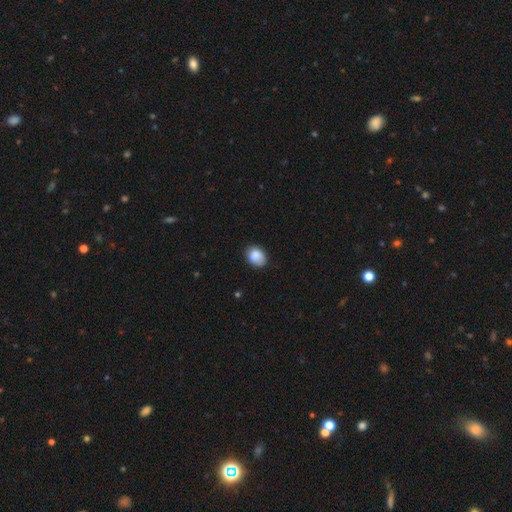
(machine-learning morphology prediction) smooth-or-featured: smooth: 87% | star or artifact: 8% | featured or disk: 5%
  how-rounded: in between: 62% | round: 37% | cigar-shaped: 1%
  merging: none: 78% | minor disturbance: 18% | major disturbance: 3% | merger: 1%